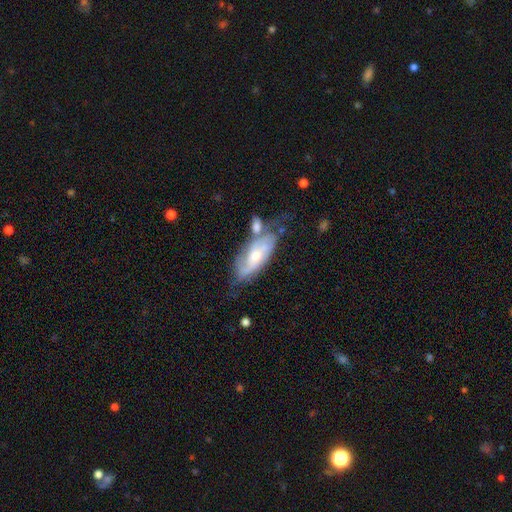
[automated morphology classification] smooth-or-featured: featured or disk: 69% | smooth: 25% | star or artifact: 6%
  disk-edge-on: no: 87% | yes: 13%
    bar: no: 59% | weak: 33% | strong: 8%
    has-spiral-arms: yes: 89% | no: 11%
      spiral-winding: medium: 42% | tight: 38% | loose: 21%
      spiral-arm-count: 2: 60% | can't tell: 26% | 3: 6% | 1: 4% | 4: 2% | more than 4: 1%
    bulge-size: moderate: 56% | small: 35% | large: 5% | none: 3% | dominant: 1%
  merging: none: 43% | minor disturbance: 23% | merger: 23% | major disturbance: 12%